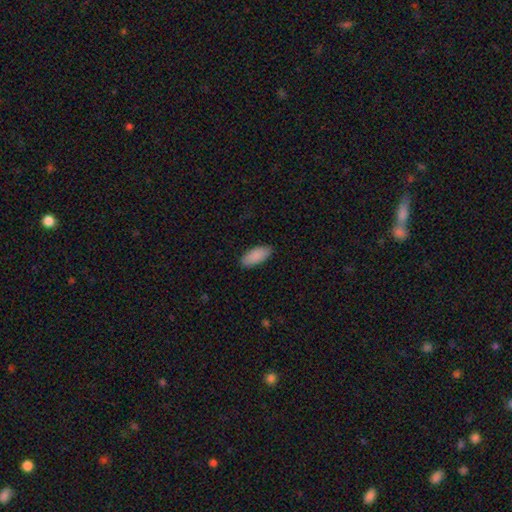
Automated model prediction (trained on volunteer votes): Smooth or featured? Predicted: smooth (p=0.90). How rounded? Predicted: in between (p=0.87). Merging? Predicted: none (p=0.88).